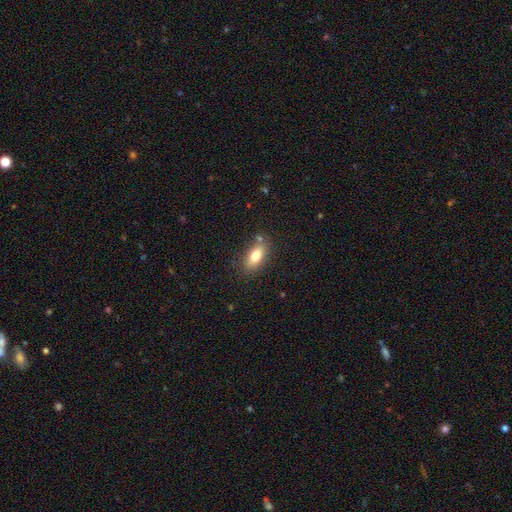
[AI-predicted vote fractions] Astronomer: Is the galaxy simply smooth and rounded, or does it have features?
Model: smooth — 77%.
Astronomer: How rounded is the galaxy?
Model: in between — 85%.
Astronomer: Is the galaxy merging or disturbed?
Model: none — 79%.